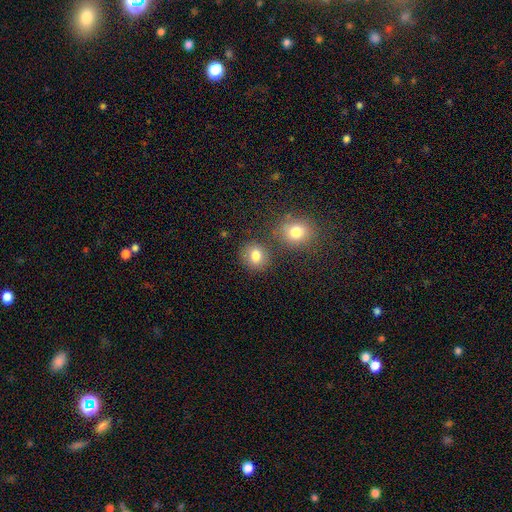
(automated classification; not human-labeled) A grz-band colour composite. It shows a smooth galaxy with no disk features (81%) that is round (78%). Merging: none (76%).